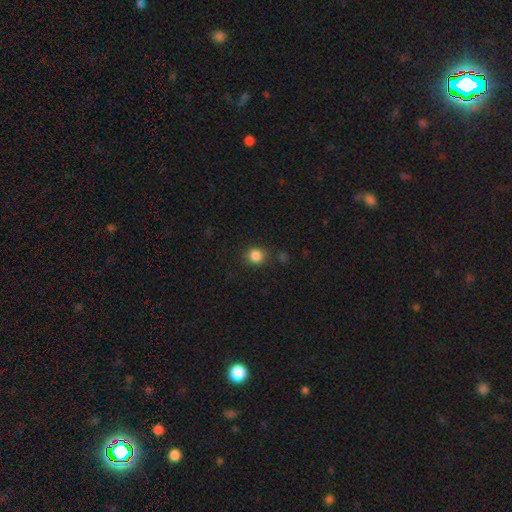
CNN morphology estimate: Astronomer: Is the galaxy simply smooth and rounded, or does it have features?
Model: smooth — 85%.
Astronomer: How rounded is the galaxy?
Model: round — 86%.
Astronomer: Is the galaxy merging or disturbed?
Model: none — 85%.